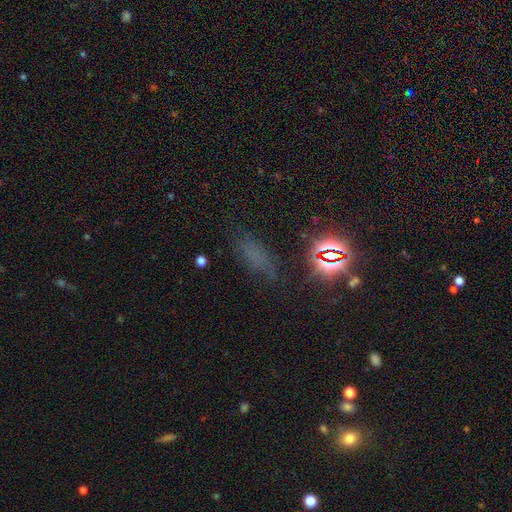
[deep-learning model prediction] Smooth or featured? smooth (45%)
Merging? none (67%)